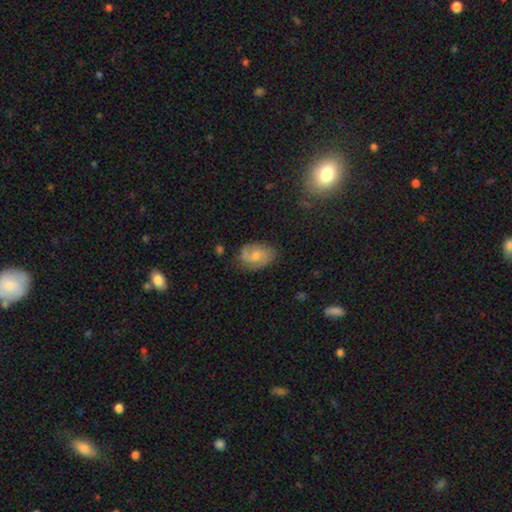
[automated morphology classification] A featured or disk galaxy (52%) with no bar (59%), spiral arms (84%) and a moderate central bulge (50%).

Vote fractions:
- Smooth or featured? featured or disk: 52% / smooth: 40% / star or artifact: 8%
- Edge-on disk? no: 96% / yes: 4%
- Bar? no: 59% / weak: 36% / strong: 5%
- Spiral arms? yes: 84% / no: 16%
- Bulge size? moderate: 50% / small: 38% / none: 7% / large: 4% / dominant: 1%
- Merging? none: 64% / minor disturbance: 25% / major disturbance: 9% / merger: 2%